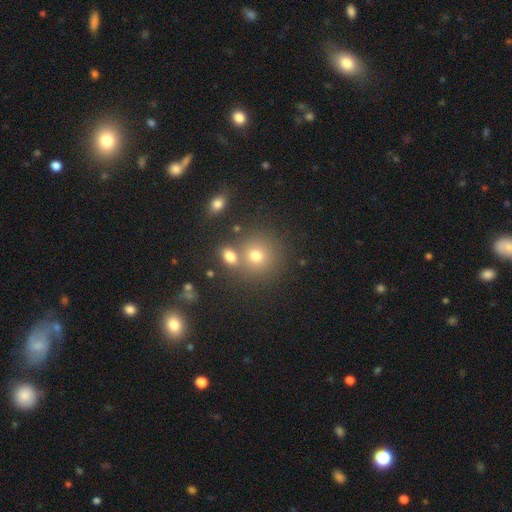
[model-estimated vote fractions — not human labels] Smooth or featured?
  - smooth: 71% *
  - star or artifact: 17%
  - featured or disk: 12%
How rounded?
  - round: 84% *
  - in between: 14%
  - cigar-shaped: 1%
Merging?
  - none: 62% *
  - merger: 25%
  - minor disturbance: 9%
  - major disturbance: 4%